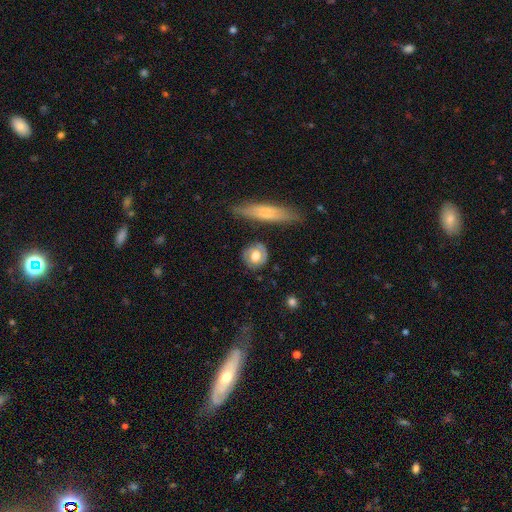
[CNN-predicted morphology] This is possibly a smooth galaxy (54%). How rounded: likely round (76%). Merging: likely none (75%).